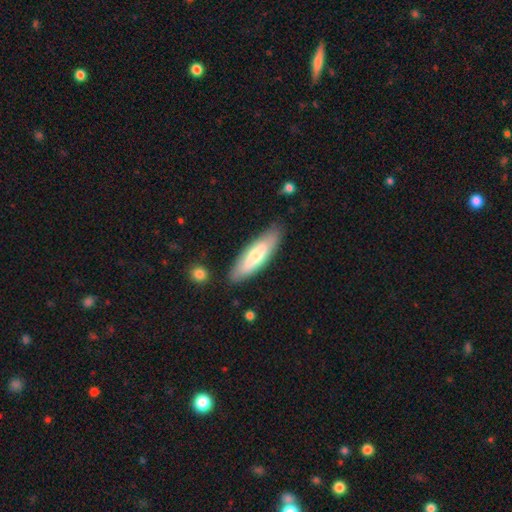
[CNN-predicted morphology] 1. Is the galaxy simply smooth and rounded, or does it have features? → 65% smooth, 30% featured or disk, 6% star or artifact.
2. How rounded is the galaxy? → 56% cigar-shaped, 42% in between, 1% round.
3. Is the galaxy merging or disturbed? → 85% none, 11% minor disturbance, 2% major disturbance, 2% merger.